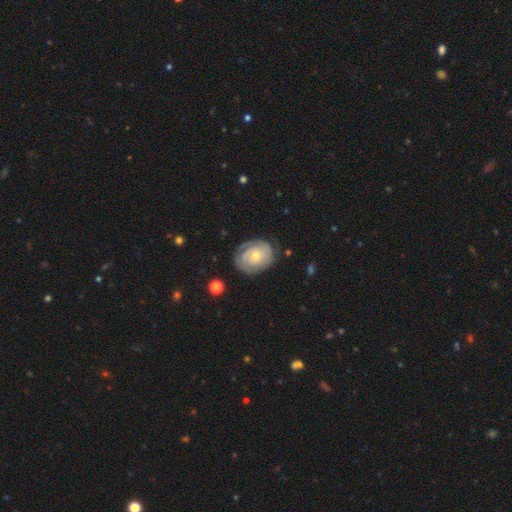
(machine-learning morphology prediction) smooth_or_featured: featured or disk (p=0.72) [alt: smooth p=0.22]
disk_edge_on: no (p=0.97) [alt: yes p=0.03]
bar: no (p=0.75) [alt: weak p=0.21]
has_spiral_arms: yes (p=0.89) [alt: no p=0.11]
spiral_winding: tight (p=0.73) [alt: medium p=0.21]
spiral_arm_count: can't tell (p=0.37) [alt: 2 p=0.34]
bulge_size: small (p=0.52) [alt: moderate p=0.44]
merging: none (p=0.73) [alt: minor disturbance p=0.19]